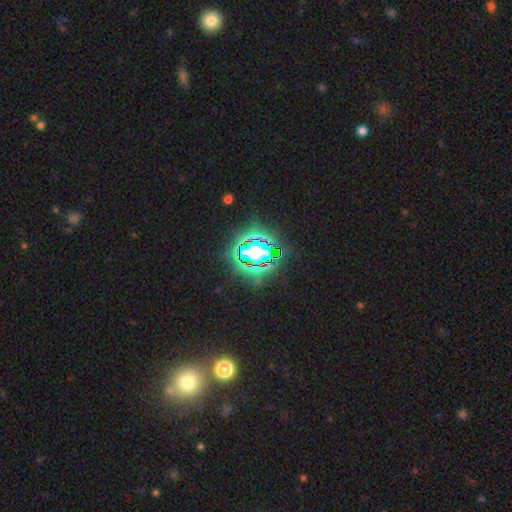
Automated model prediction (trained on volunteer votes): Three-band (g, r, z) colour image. It shows a star or artifact, not a galaxy (77%).